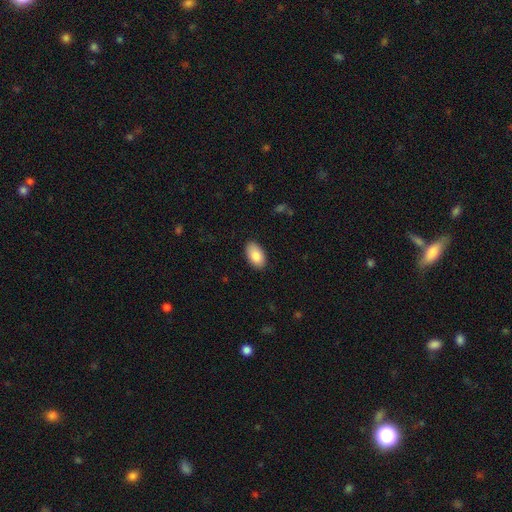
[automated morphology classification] Smooth or featured? smooth (86%)
How rounded? in between (94%)
Merging? none (87%)